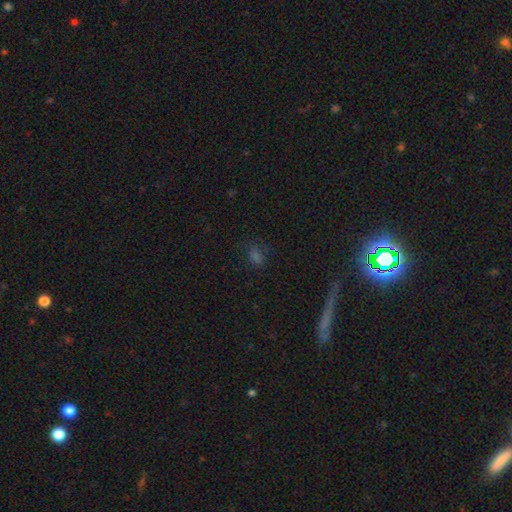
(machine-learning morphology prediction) smooth 54%, star or artifact 34%, featured or disk 12%. Down the decision tree: how rounded — in between (69%); merging — none (73%).